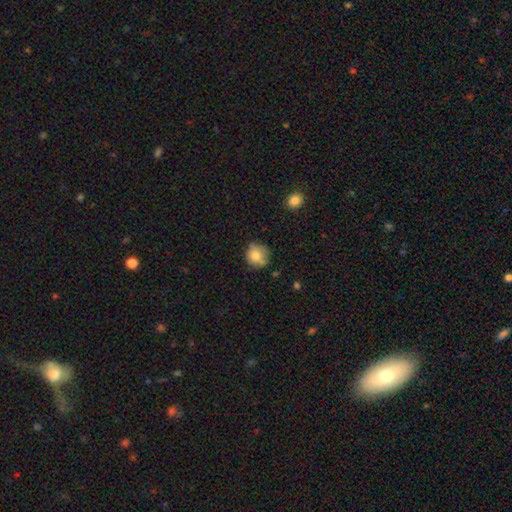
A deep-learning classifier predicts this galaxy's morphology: Smooth or featured: smooth — 76% (featured or disk — 15%)
How rounded: round — 87% (in between — 12%)
Merging: none — 67% (minor disturbance — 24%)